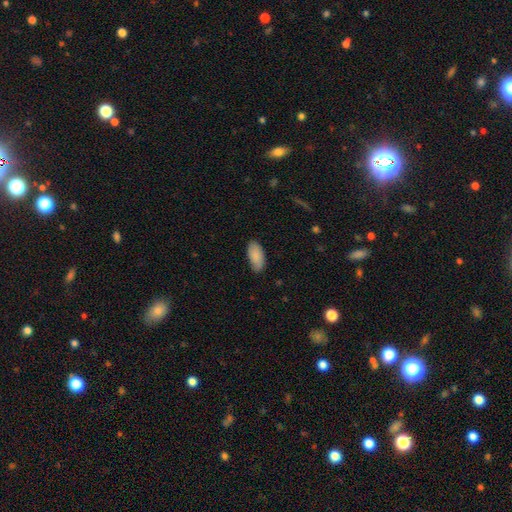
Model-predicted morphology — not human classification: type=smooth (87%); roundness=in between (91%); merging=none (83%).